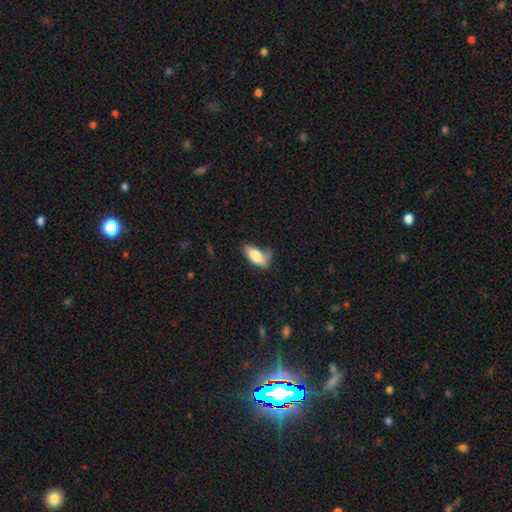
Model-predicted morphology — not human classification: smooth-or-featured: smooth: 81% | featured or disk: 12% | star or artifact: 7%
  how-rounded: in between: 83% | cigar-shaped: 15% | round: 3%
  merging: none: 54% | minor disturbance: 31% | major disturbance: 10% | merger: 5%